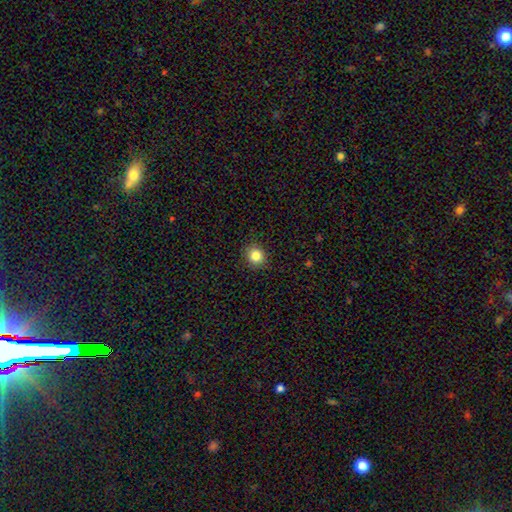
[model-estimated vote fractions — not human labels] Q: Smooth or featured?
A: smooth (84%); runner-up: star or artifact (11%)
Q: How rounded?
A: round (87%); runner-up: in between (12%)
Q: Merging?
A: none (90%); runner-up: minor disturbance (7%)